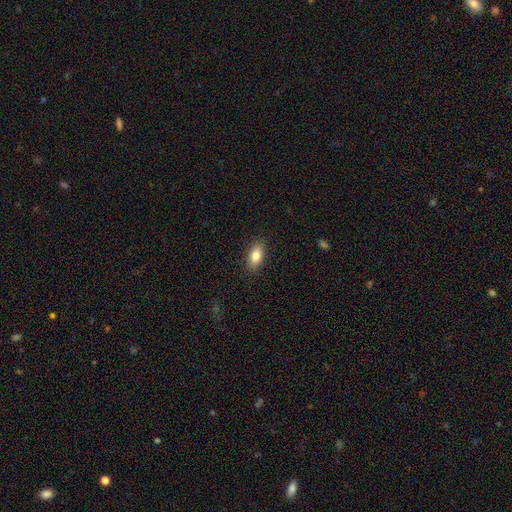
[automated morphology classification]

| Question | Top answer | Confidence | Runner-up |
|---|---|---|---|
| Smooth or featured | smooth | 82% | featured or disk (11%) |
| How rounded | in between | 88% | cigar-shaped (7%) |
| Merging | none | 88% | minor disturbance (9%) |